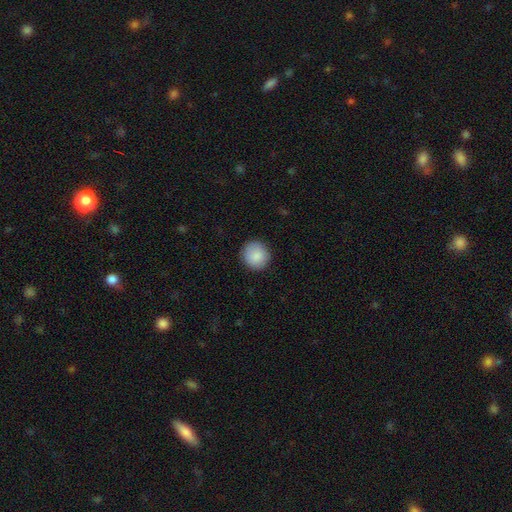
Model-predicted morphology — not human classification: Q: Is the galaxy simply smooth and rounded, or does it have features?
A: smooth — 88%.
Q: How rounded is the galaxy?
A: round — 92%.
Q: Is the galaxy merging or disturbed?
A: none — 90%.